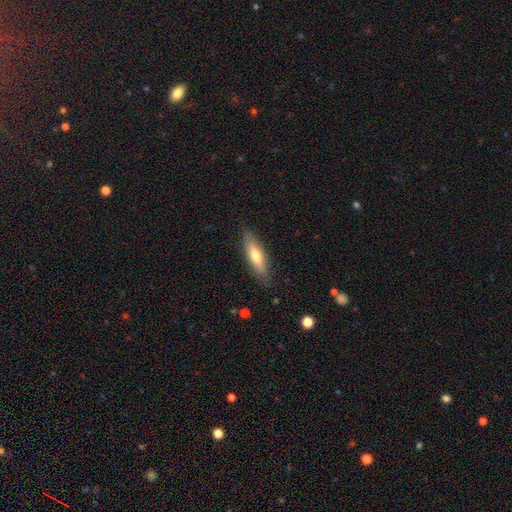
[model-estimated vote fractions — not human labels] Smooth or featured: smooth — 63% (featured or disk — 31%)
How rounded: cigar-shaped — 61% (in between — 37%)
Merging: none — 84% (minor disturbance — 13%)